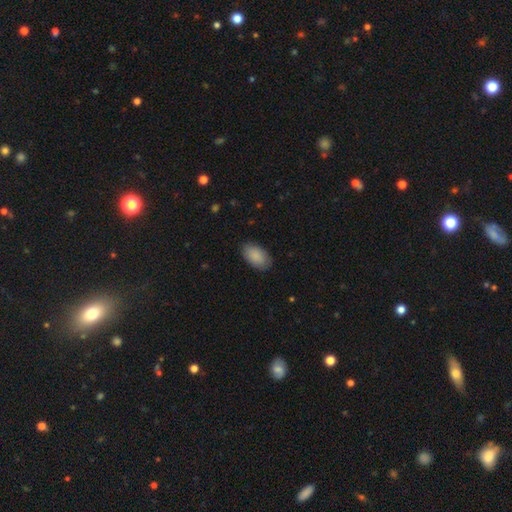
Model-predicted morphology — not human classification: Smooth or featured: smooth — 89% (star or artifact — 6%)
How rounded: in between — 94% (round — 4%)
Merging: none — 86% (minor disturbance — 11%)